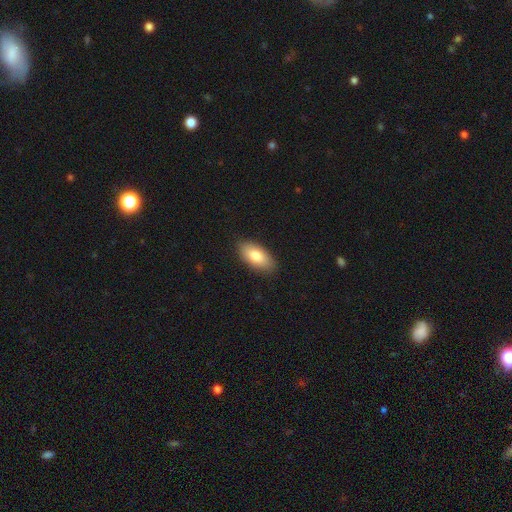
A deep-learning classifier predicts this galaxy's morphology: Smooth or featured: smooth — 82% (featured or disk — 12%)
How rounded: in between — 91% (cigar-shaped — 7%)
Merging: none — 87% (minor disturbance — 10%)